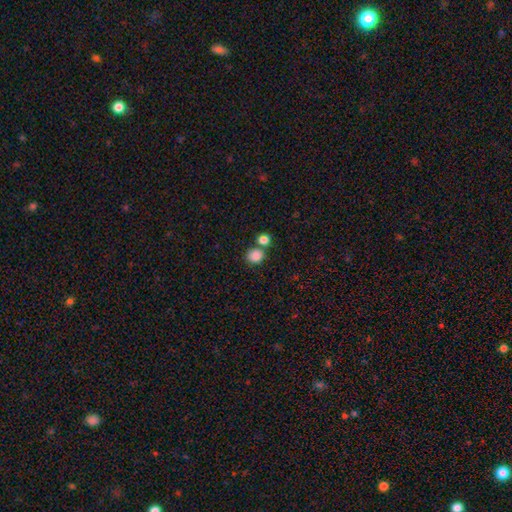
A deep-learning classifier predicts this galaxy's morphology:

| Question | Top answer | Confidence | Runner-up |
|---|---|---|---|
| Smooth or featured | smooth | 85% | star or artifact (10%) |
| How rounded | round | 81% | in between (18%) |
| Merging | none | 63% | merger (26%) |